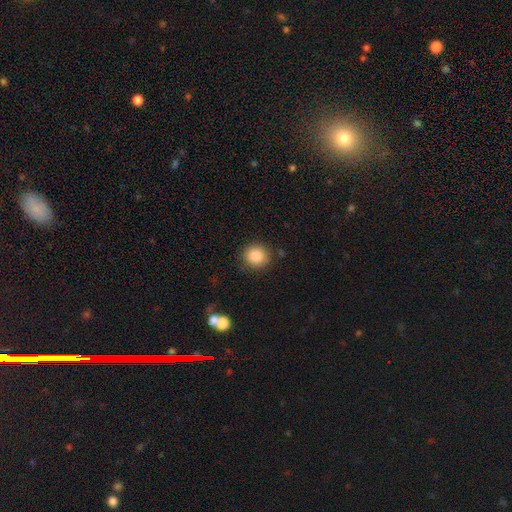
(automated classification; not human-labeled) A smooth galaxy with no disk features (85%) that is round (89%).

Vote fractions:
- Smooth or featured? smooth: 85% / star or artifact: 10% / featured or disk: 5%
- How rounded? round: 89% / in between: 10% / cigar-shaped: 1%
- Merging? none: 85% / minor disturbance: 10% / major disturbance: 3% / merger: 3%